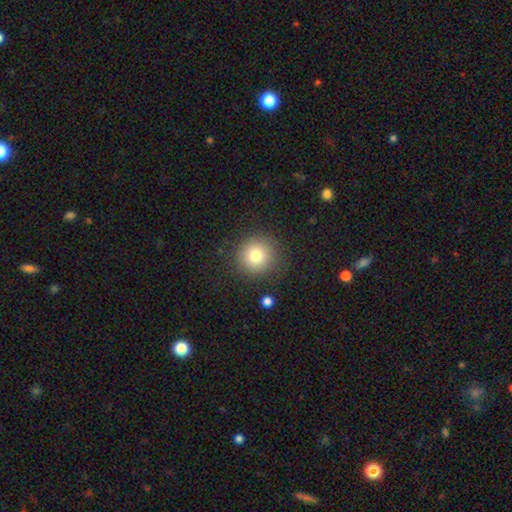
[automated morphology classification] Q: Smooth or featured?
A: smooth (78%); runner-up: star or artifact (13%)
Q: How rounded?
A: round (94%); runner-up: in between (6%)
Q: Merging?
A: none (86%); runner-up: minor disturbance (8%)